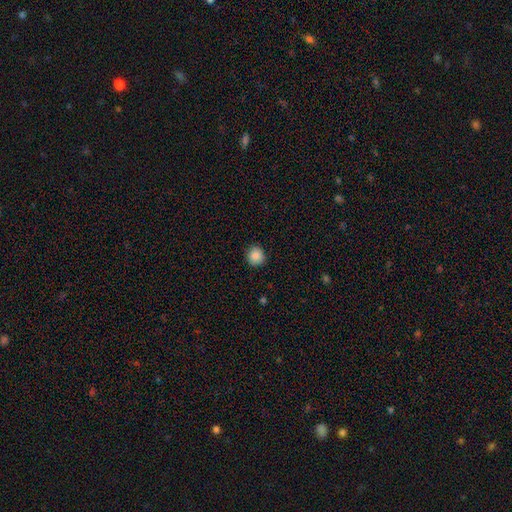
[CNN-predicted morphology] smooth 88%, star or artifact 9%, featured or disk 3%. Down the decision tree: how rounded — round (90%); merging — none (90%).